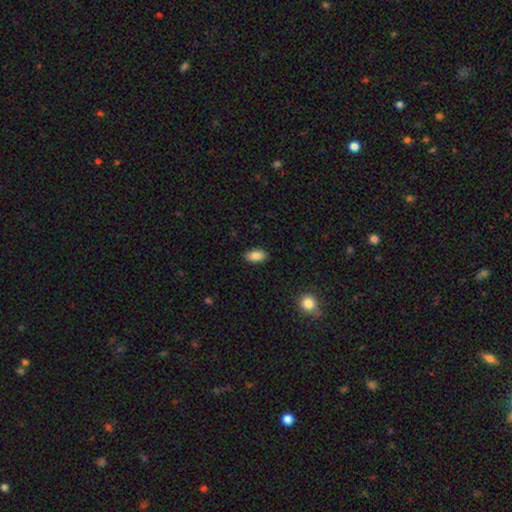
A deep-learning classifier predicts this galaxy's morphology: Smooth or featured? smooth (87%)
How rounded? in between (92%)
Merging? none (88%)